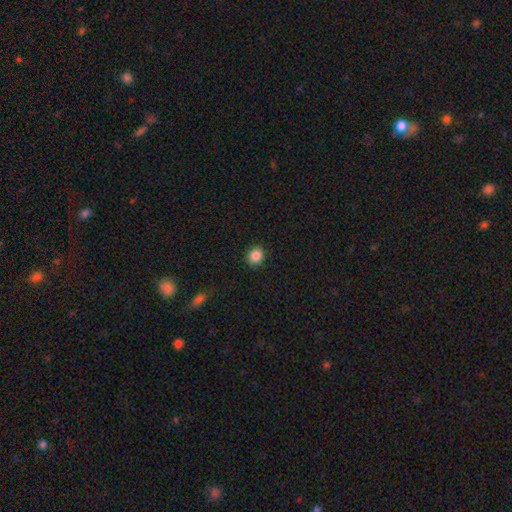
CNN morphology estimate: smooth_or_featured: smooth (p=0.86) [alt: star or artifact p=0.10]
how_rounded: round (p=0.70) [alt: in between p=0.29]
merging: none (p=0.89) [alt: minor disturbance p=0.08]